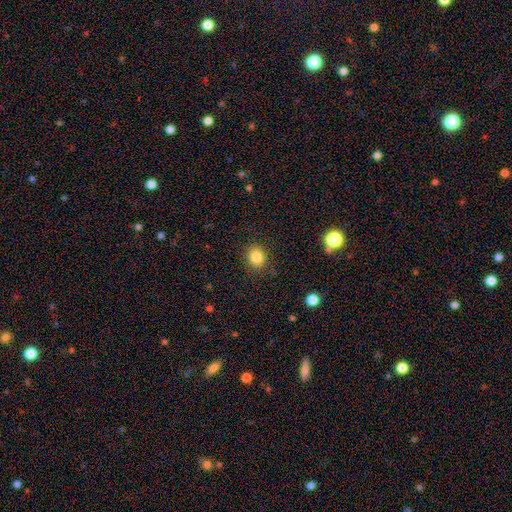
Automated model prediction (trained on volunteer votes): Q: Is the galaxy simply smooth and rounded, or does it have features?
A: smooth — 84%.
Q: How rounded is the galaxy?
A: round — 74%.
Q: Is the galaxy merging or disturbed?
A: none — 87%.